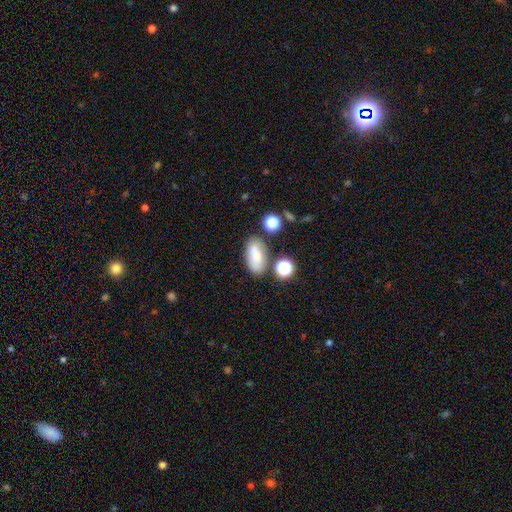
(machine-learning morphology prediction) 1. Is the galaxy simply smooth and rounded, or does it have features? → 75% smooth, 13% featured or disk, 11% star or artifact.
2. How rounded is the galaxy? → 87% in between, 7% round, 6% cigar-shaped.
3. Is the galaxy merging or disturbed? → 69% none, 16% minor disturbance, 9% merger, 5% major disturbance.